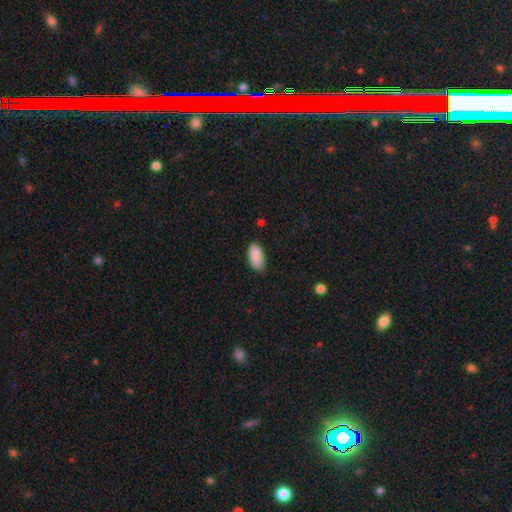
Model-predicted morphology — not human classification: This appears to be a smooth galaxy with no disk features (90%) that is in between round and cigar-shaped (93%). Merging: none (83%).